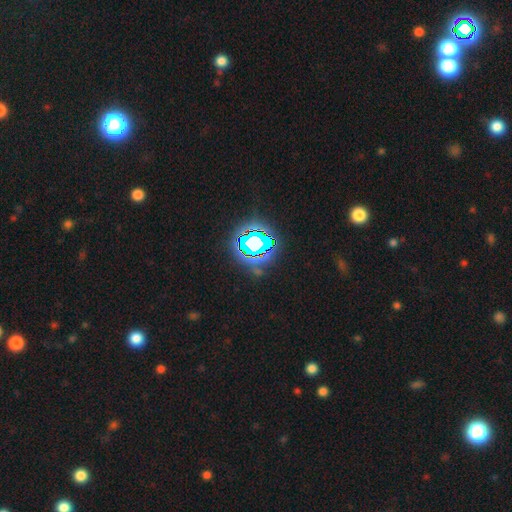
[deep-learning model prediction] Morphology: type=star or artifact (81%).